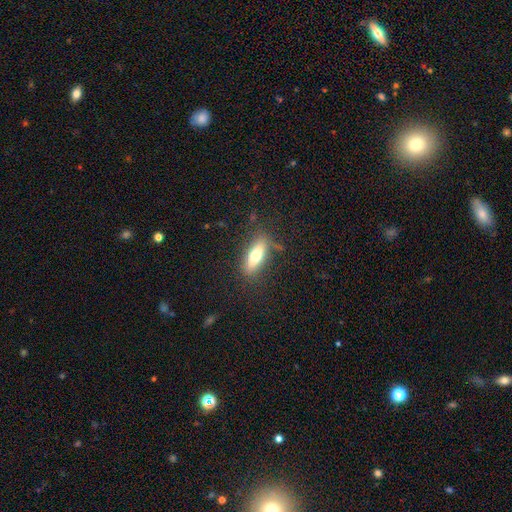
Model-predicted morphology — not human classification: A smooth galaxy with no disk features (63%) that is in between round and cigar-shaped (59%).

Vote fractions:
- Smooth or featured? smooth: 63% / featured or disk: 30% / star or artifact: 7%
- How rounded? in between: 59% / cigar-shaped: 38% / round: 3%
- Merging? none: 80% / minor disturbance: 13% / major disturbance: 4% / merger: 2%